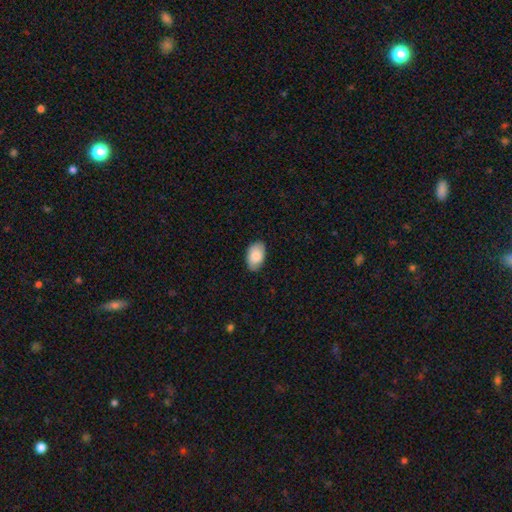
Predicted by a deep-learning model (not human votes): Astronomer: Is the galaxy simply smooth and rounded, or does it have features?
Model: smooth — 85%.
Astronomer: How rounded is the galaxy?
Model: in between — 92%.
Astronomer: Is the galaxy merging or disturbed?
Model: none — 84%.